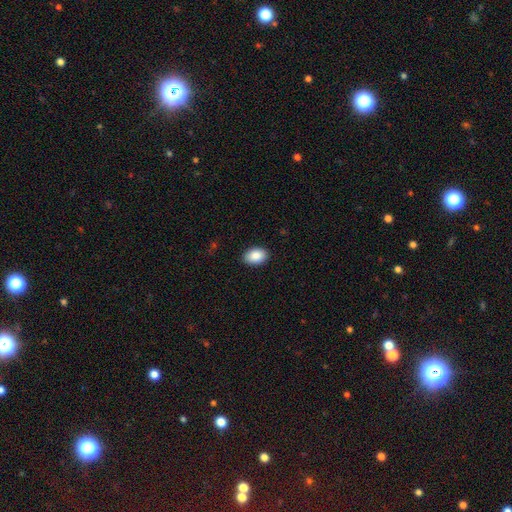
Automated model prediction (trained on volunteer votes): A smooth galaxy with no disk features (89%) that is in between round and cigar-shaped (84%). Merging: none (89%).